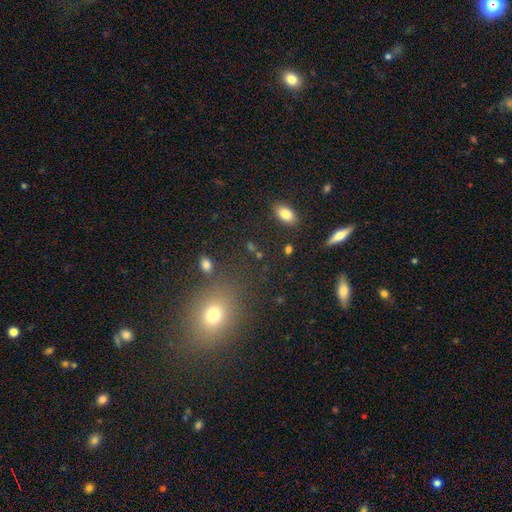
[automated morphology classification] smooth-or-featured: smooth: 58% | star or artifact: 31% | featured or disk: 12%
  how-rounded: in between: 53% | round: 43% | cigar-shaped: 4%
  merging: none: 84% | minor disturbance: 9% | merger: 3% | major disturbance: 3%